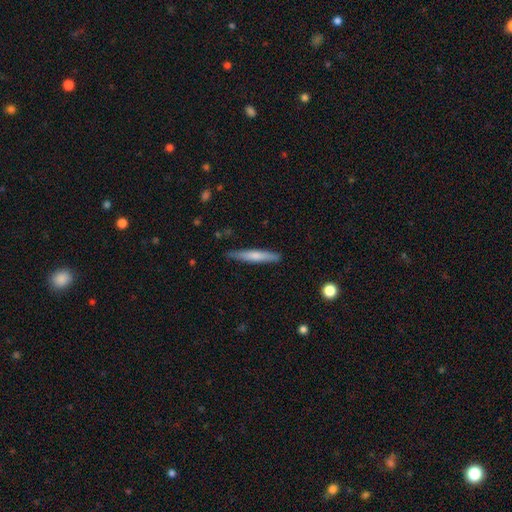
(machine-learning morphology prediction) The model was most divided on "smooth or featured": smooth: 63%, featured or disk: 31%, star or artifact: 5%. More confident: how rounded — cigar-shaped (93%); merging — none (85%).